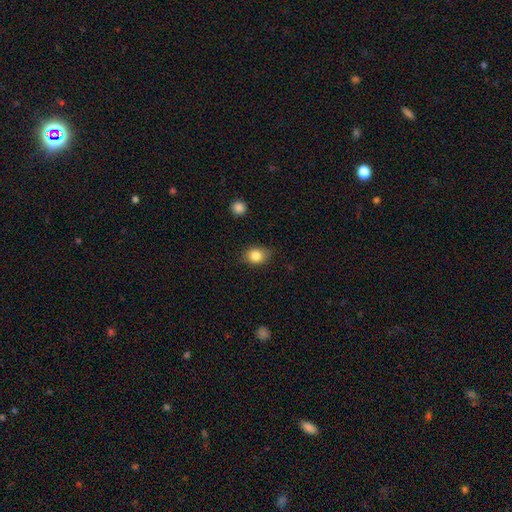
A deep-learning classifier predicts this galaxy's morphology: Overall: smooth (83%). How rounded: in between (54%; round 44%). Merging: none (81%).